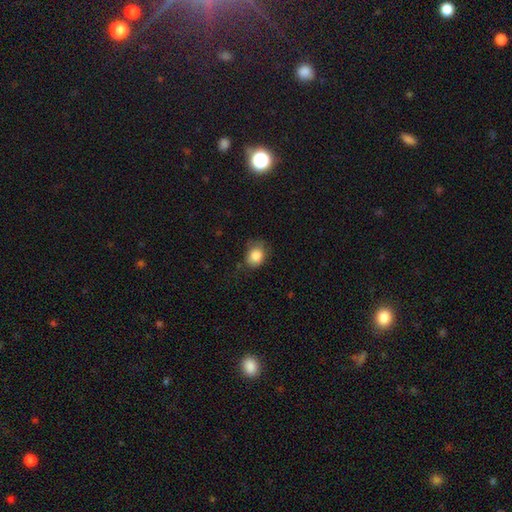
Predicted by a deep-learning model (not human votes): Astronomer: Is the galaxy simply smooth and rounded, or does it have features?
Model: smooth — 85%.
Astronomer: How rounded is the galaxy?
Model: round — 52% (runner-up: in between, 47%).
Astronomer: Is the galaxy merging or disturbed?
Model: none — 59%.